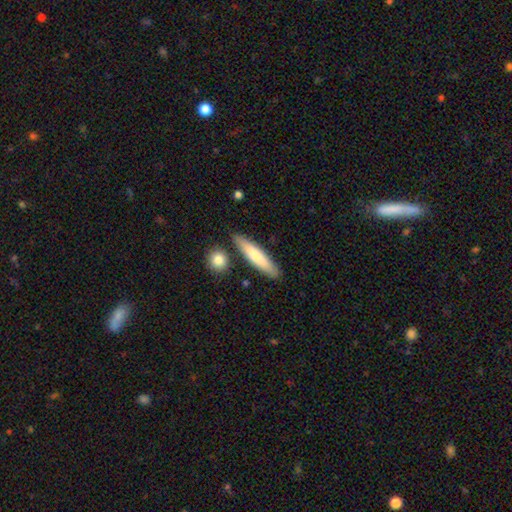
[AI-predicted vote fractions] smooth 73%, featured or disk 22%, star or artifact 5%. Down the decision tree: how rounded — cigar-shaped (83%); merging — none (84%).